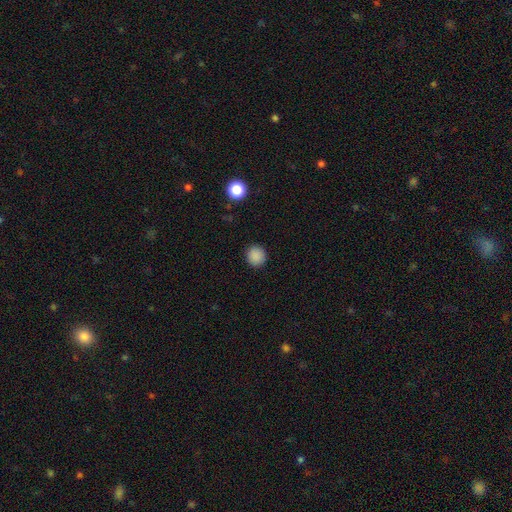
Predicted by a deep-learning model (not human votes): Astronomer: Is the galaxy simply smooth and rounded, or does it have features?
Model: smooth — 88%.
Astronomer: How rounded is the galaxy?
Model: round — 89%.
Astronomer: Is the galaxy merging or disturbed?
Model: none — 91%.